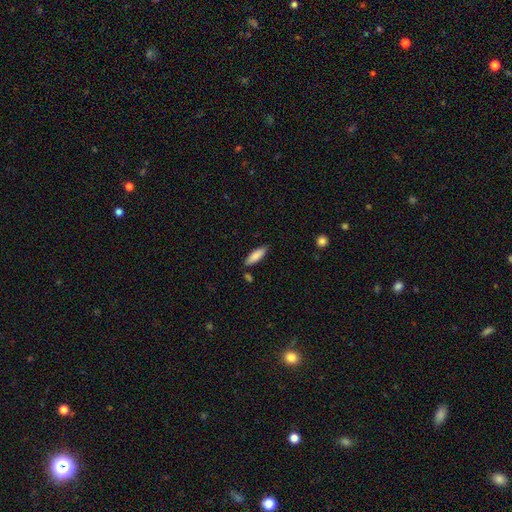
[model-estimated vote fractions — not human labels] Overall: smooth (85%). How rounded: cigar-shaped (50%; in between 48%). Merging: none (83%).